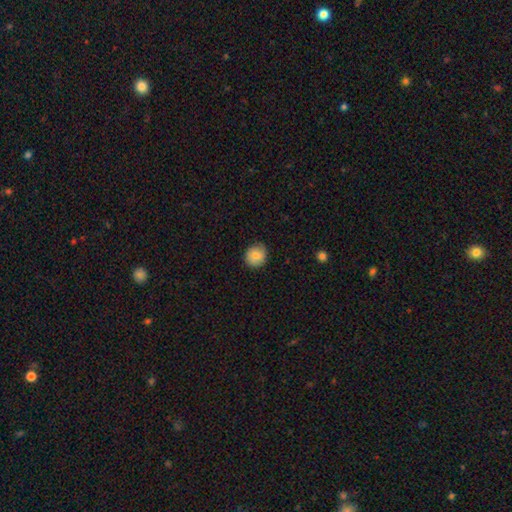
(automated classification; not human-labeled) Morphology: type=smooth (80%); roundness=round (85%); merging=none (85%).